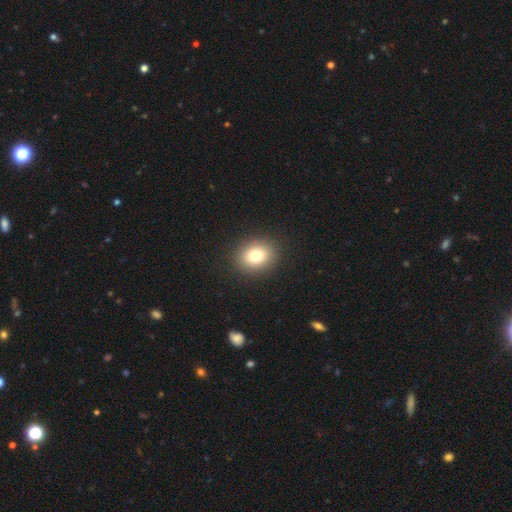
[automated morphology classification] smooth-or-featured: smooth: 79% | star or artifact: 12% | featured or disk: 9%
  how-rounded: round: 57% | in between: 42% | cigar-shaped: 1%
  merging: none: 90% | minor disturbance: 6% | major disturbance: 2% | merger: 1%